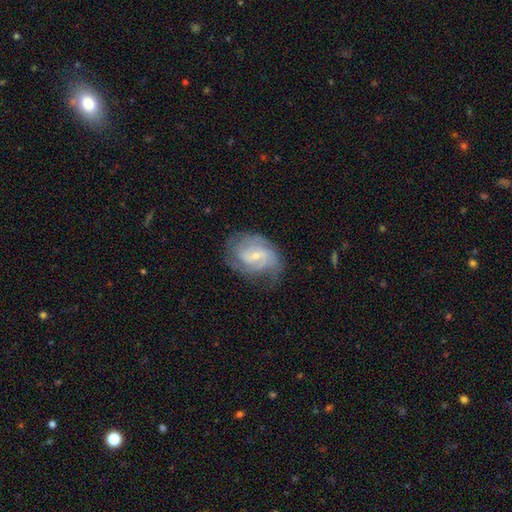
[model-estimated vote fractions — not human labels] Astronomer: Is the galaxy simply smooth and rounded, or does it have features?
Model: featured or disk — 78%.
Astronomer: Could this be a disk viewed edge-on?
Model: no — 97%.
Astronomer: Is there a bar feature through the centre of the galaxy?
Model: weak — 52% (runner-up: no, 34%).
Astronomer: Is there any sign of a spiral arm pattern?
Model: yes — 93%.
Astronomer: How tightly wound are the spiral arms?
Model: tight — 44% (runner-up: medium, 42%).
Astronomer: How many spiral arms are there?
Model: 2 — 39% (runner-up: can't tell, 29%).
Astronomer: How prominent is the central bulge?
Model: small — 69%.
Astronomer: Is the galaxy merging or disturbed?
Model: none — 60%.